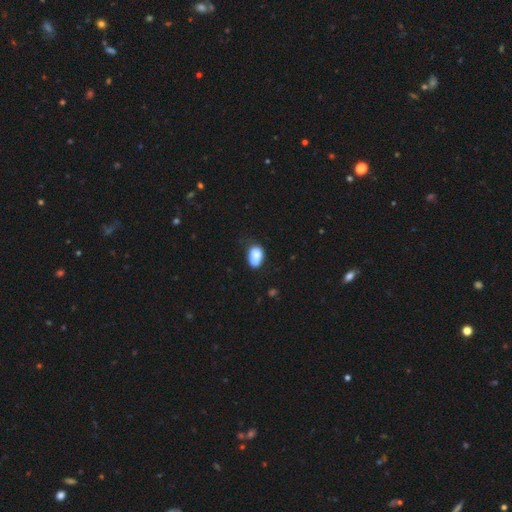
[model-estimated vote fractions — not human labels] Smooth or featured: smooth — 85% (star or artifact — 8%)
How rounded: in between — 89% (round — 10%)
Merging: none — 59% (minor disturbance — 32%)